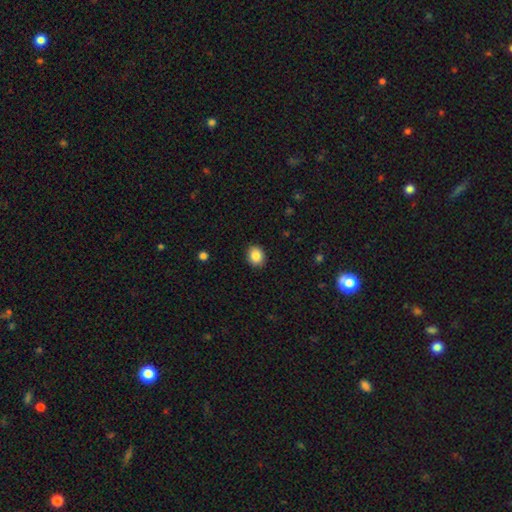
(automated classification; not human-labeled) smooth 86%, star or artifact 9%, featured or disk 5%. Down the decision tree: how rounded — round (59%); merging — none (90%).